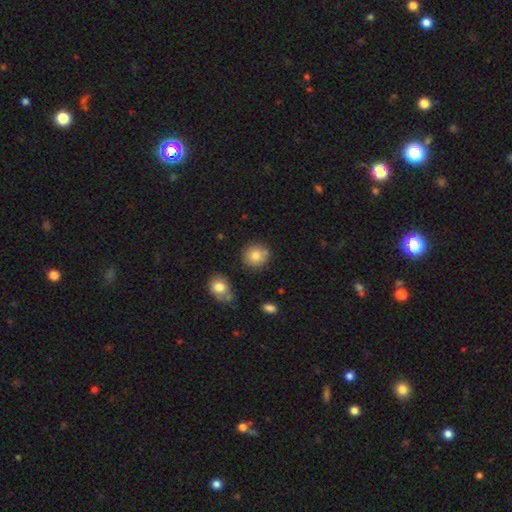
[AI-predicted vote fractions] Q: Smooth or featured?
A: smooth (79%); runner-up: featured or disk (11%)
Q: How rounded?
A: round (90%); runner-up: in between (9%)
Q: Merging?
A: none (76%); runner-up: minor disturbance (13%)